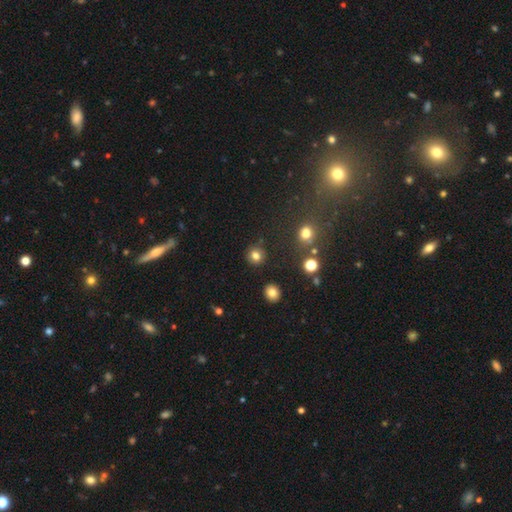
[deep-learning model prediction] Smooth or featured? smooth (81%)
How rounded? round (91%)
Merging? none (89%)